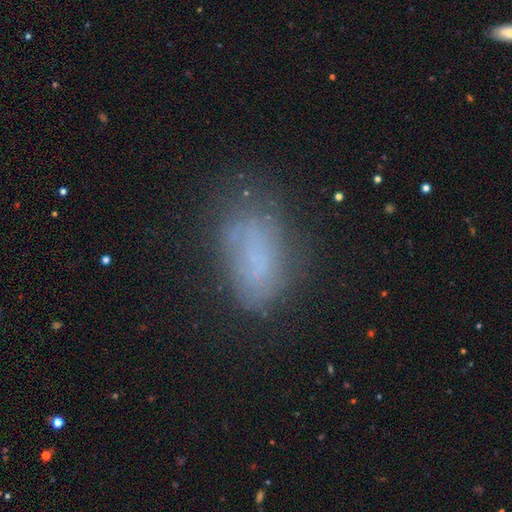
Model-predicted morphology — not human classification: This is possibly a smooth galaxy (58%). How rounded: clearly in between (89%). Merging: possibly none (53%).